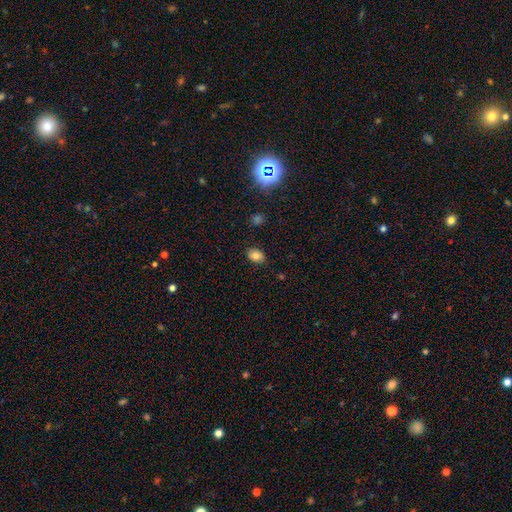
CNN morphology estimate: smooth 80%, star or artifact 11%, featured or disk 9%. Down the decision tree: how rounded — in between (75%); merging — none (86%).